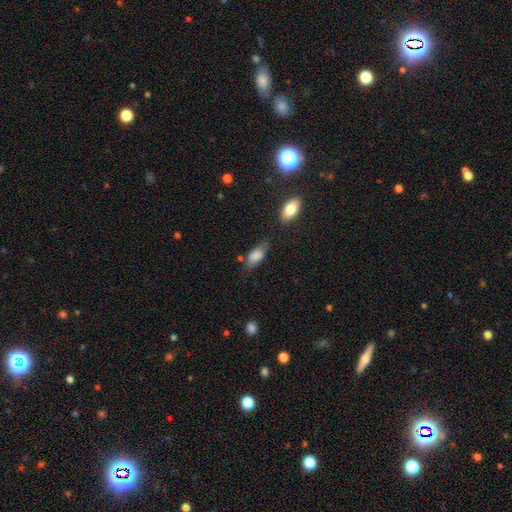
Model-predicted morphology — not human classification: Smooth or featured: smooth — 80% (featured or disk — 12%)
How rounded: in between — 85% (cigar-shaped — 11%)
Merging: none — 57% (minor disturbance — 28%)